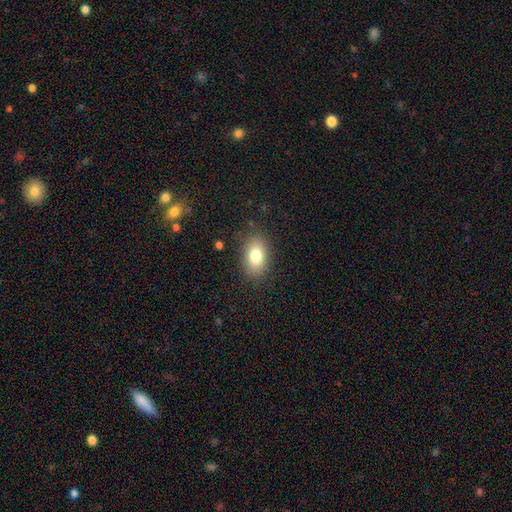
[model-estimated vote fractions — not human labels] smooth 80%, featured or disk 11%, star or artifact 9%. Down the decision tree: how rounded — in between (87%); merging — none (84%).